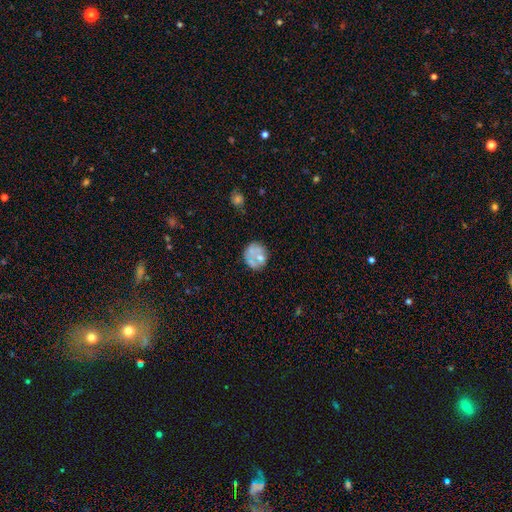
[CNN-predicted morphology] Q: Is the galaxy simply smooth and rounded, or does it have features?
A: smooth — 49%.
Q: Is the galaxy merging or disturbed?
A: none — 55%.